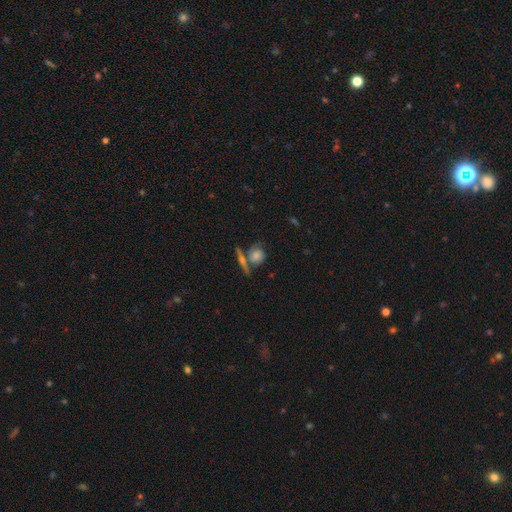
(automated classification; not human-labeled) This appears to be a smooth galaxy with no disk features (59%) that is round (65%). Merging: none (54%).